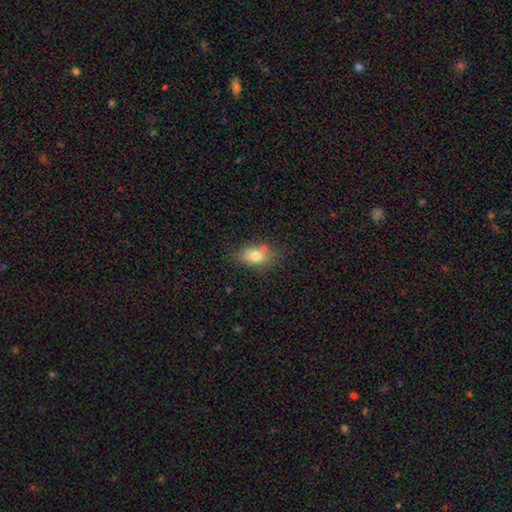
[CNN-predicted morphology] The model was most divided on "merging": none: 63%, minor disturbance: 21%, merger: 10%, major disturbance: 5%. More confident: how rounded — in between (81%); smooth or featured — smooth (77%).